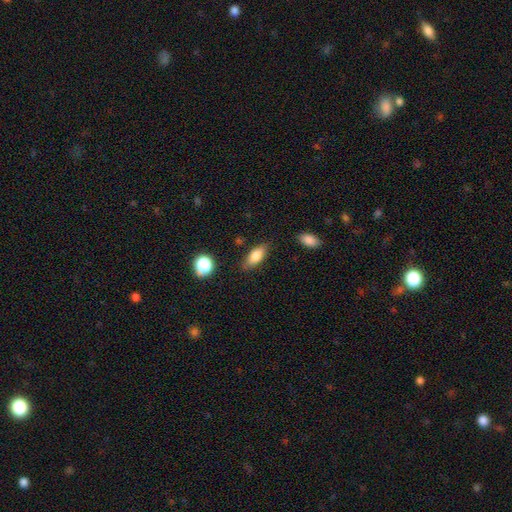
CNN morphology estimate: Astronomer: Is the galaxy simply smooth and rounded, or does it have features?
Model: smooth — 78%.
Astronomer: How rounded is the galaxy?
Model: in between — 79%.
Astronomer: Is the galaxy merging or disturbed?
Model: none — 80%.